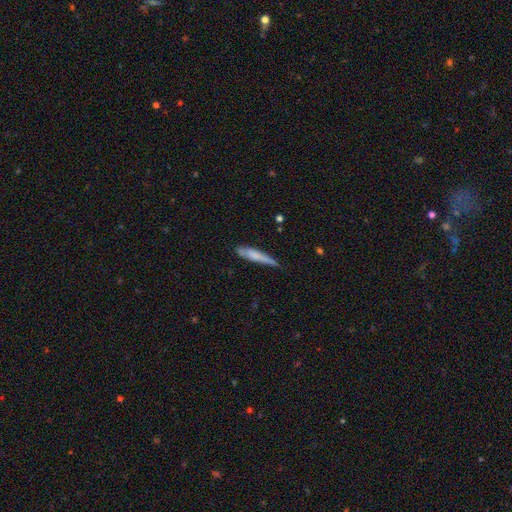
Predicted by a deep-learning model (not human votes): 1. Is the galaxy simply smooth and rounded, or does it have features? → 65% smooth, 28% featured or disk, 6% star or artifact.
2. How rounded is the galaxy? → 90% cigar-shaped, 9% in between, 1% round.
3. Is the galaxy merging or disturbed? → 61% none, 30% minor disturbance, 6% major disturbance, 3% merger.